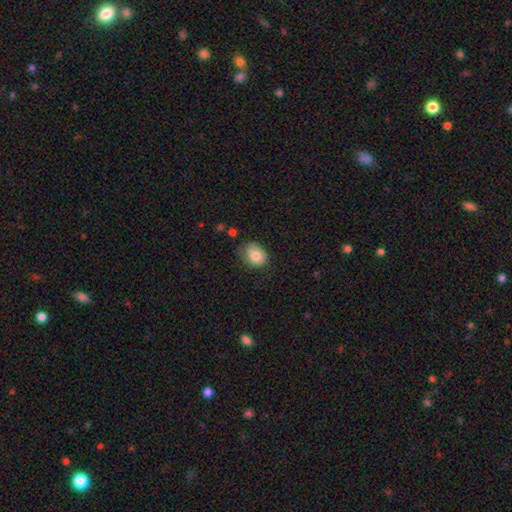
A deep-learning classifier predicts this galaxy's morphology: Overall: smooth (80%). How rounded: in between (52%; round 47%). Merging: none (57%; minor disturbance 31%).